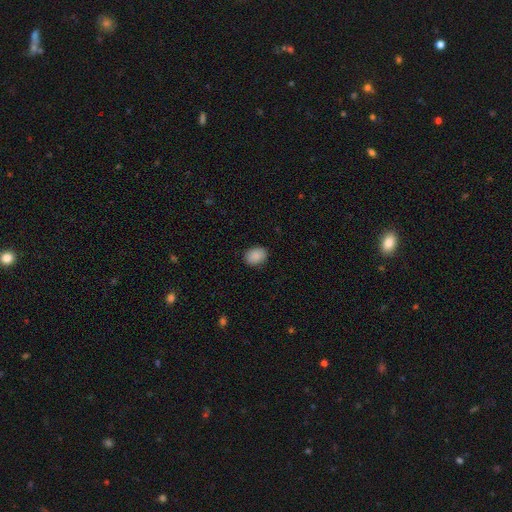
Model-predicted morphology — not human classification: smooth_or_featured: smooth (p=0.89) [alt: star or artifact p=0.08]
how_rounded: in between (p=0.61) [alt: round p=0.38]
merging: none (p=0.88) [alt: minor disturbance p=0.09]